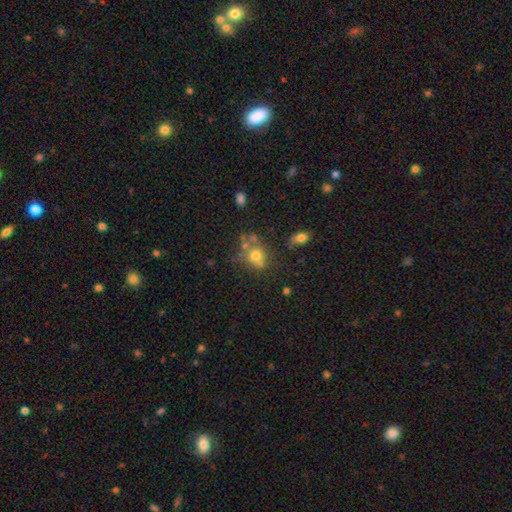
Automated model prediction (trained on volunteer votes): This appears to be a smooth galaxy with no disk features (65%) that is round (75%). Merging: none (48%).